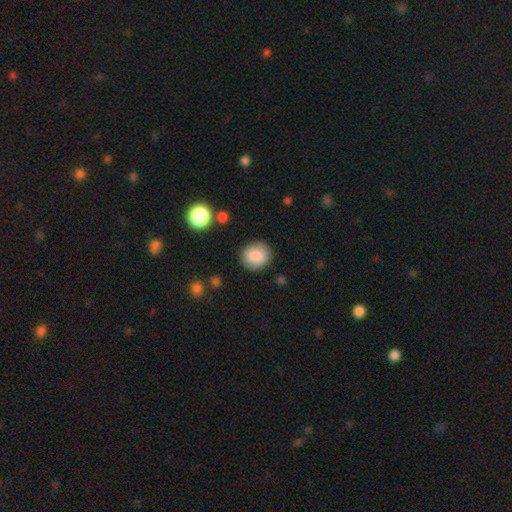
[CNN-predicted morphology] Smooth or featured? Predicted: smooth (p=0.86). How rounded? Predicted: round (p=0.74). Merging? Predicted: none (p=0.86).